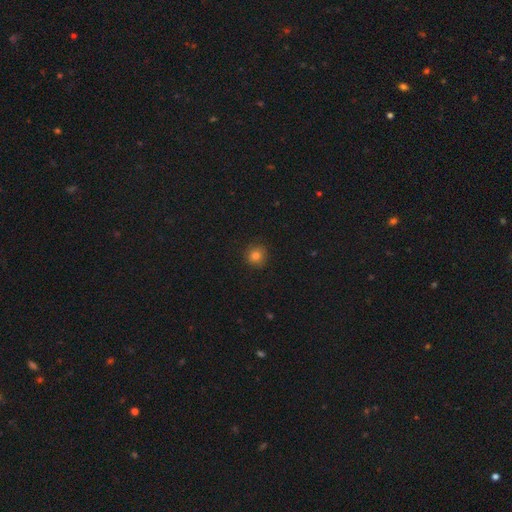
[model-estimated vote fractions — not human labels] Morphology: type=smooth (81%); roundness=round (92%); merging=none (87%).